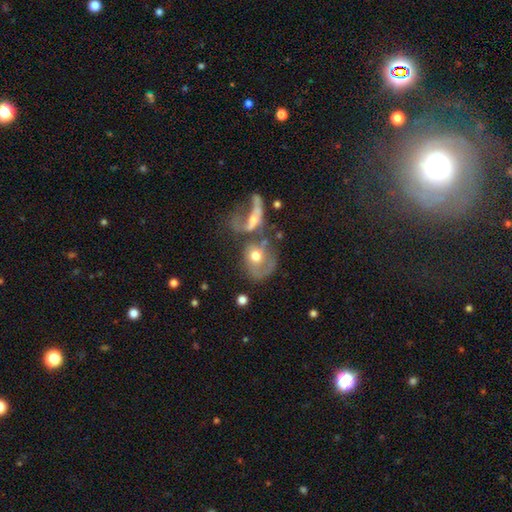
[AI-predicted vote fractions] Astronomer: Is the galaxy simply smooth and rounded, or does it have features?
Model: featured or disk — 53% (runner-up: smooth, 38%).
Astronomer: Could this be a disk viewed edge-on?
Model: no — 94%.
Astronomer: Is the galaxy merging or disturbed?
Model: merger — 52%.